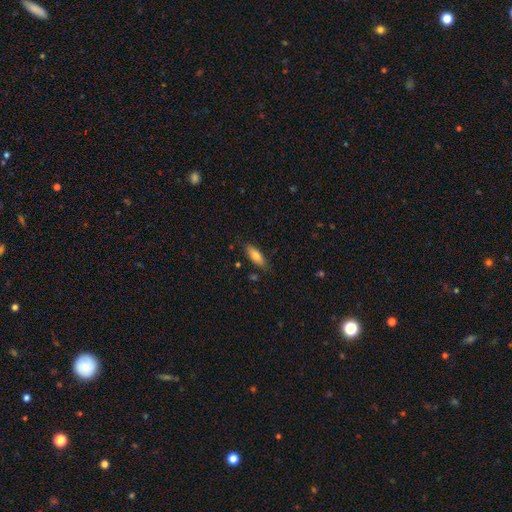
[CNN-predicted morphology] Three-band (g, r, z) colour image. It shows a smooth galaxy with no disk features (78%) that is in between round and cigar-shaped (64%). Merging: none (81%).